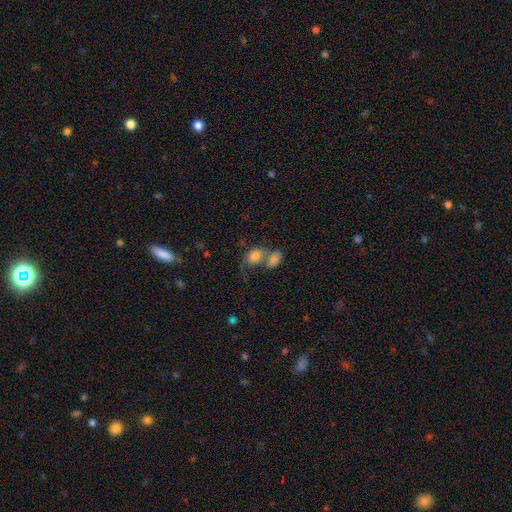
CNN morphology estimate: Q: Smooth or featured?
A: smooth (76%); runner-up: featured or disk (15%)
Q: How rounded?
A: in between (66%); runner-up: round (33%)
Q: Merging?
A: merger (63%); runner-up: none (19%)